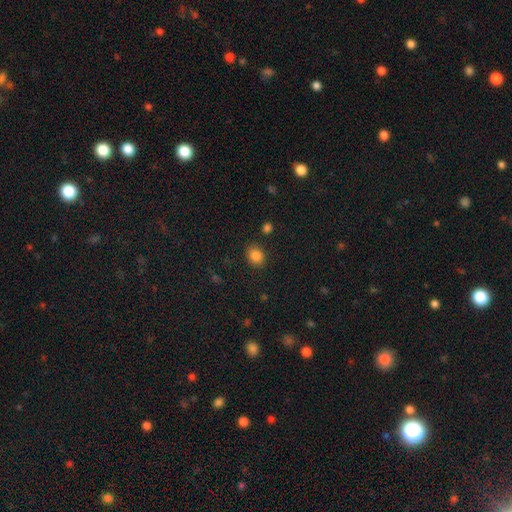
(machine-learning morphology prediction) Smooth or featured? Predicted: smooth (p=0.84). How rounded? Predicted: round (p=0.59). Merging? Predicted: none (p=0.84).